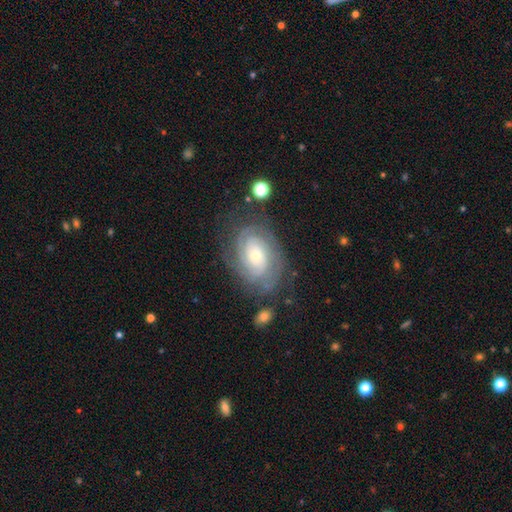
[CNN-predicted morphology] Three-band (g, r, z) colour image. It shows a featured or disk galaxy (81%) with no bar (75%), tight (76%) spiral arms (93%) and a small central bulge (62%). Merging: none (73%).